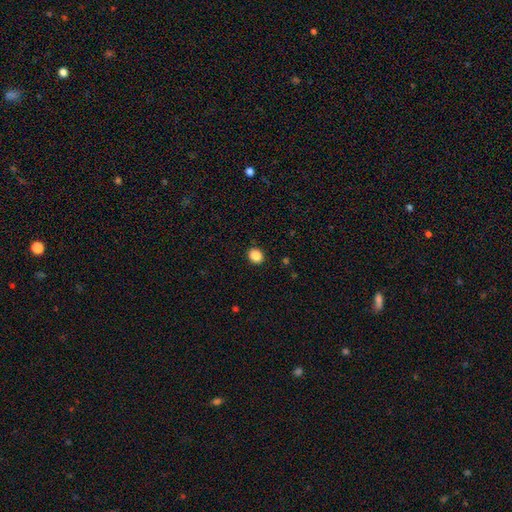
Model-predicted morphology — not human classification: This is clearly a smooth galaxy (88%). How rounded: likely round (63%). Merging: clearly none (91%).